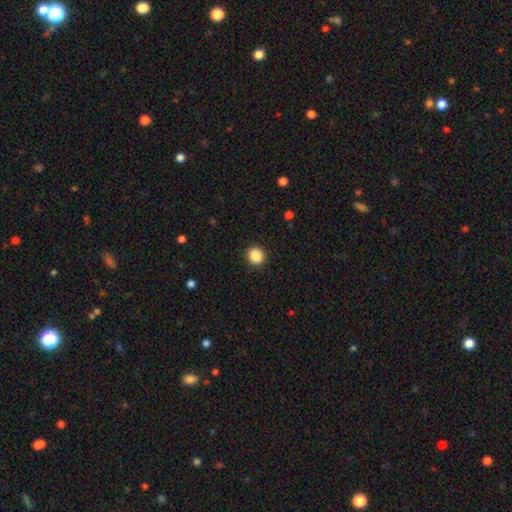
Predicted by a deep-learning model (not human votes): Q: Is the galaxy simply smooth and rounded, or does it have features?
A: smooth — 88%.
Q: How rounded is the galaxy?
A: round — 86%.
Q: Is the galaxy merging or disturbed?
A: none — 91%.